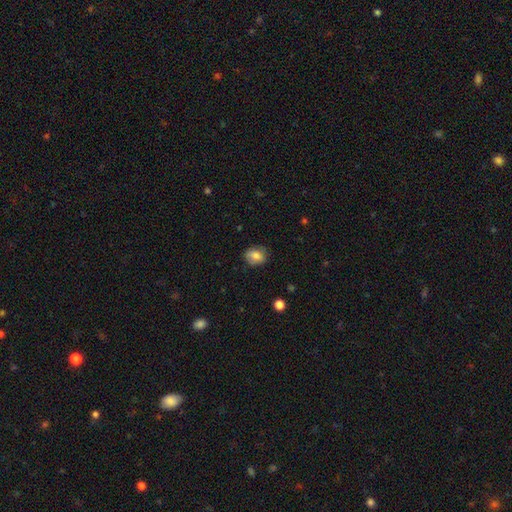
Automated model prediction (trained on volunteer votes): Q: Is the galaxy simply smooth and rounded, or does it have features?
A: smooth — 79%.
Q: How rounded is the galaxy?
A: in between — 58%.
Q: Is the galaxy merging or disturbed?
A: none — 76%.